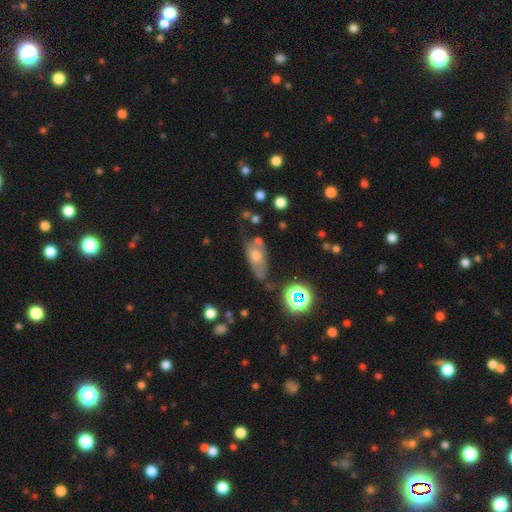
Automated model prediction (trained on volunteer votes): smooth 58%, featured or disk 29%, star or artifact 14%. Down the decision tree: how rounded — in between (82%); merging — none (42%).